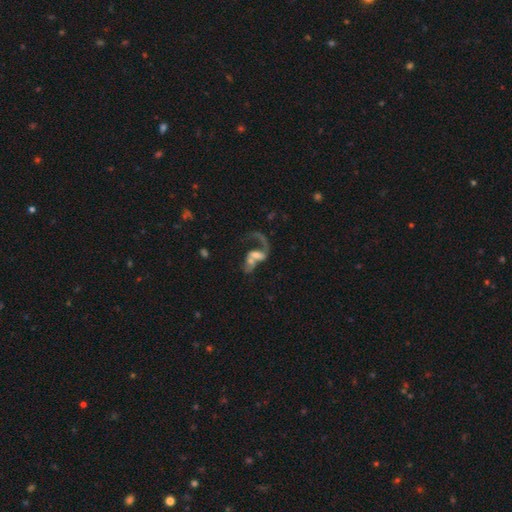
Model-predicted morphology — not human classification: smooth-or-featured: featured or disk: 61% | smooth: 27% | star or artifact: 12%
  disk-edge-on: no: 95% | yes: 5%
    bar: no: 56% | weak: 29% | strong: 14%
    has-spiral-arms: yes: 62% | no: 38%
    bulge-size: moderate: 32% | none: 25% | small: 25% | large: 14% | dominant: 3%
  merging: merger: 50% | major disturbance: 27% | none: 16% | minor disturbance: 7%